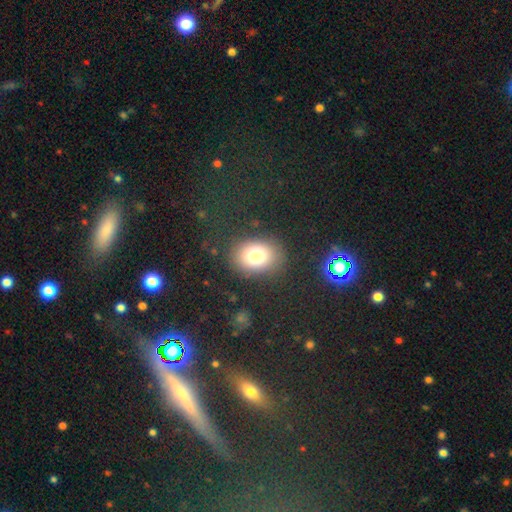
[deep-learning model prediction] Smooth or featured? Predicted: smooth (p=0.78). How rounded? Predicted: in between (p=0.52). Merging? Predicted: none (p=0.83).